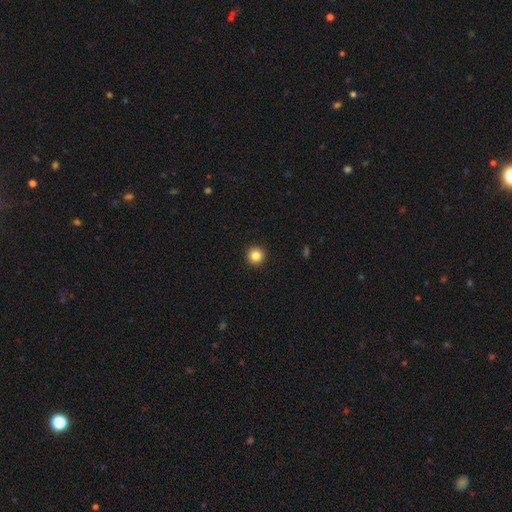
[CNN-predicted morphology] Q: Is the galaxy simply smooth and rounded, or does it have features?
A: smooth — 84%.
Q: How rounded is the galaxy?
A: round — 95%.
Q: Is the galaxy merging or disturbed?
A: none — 93%.